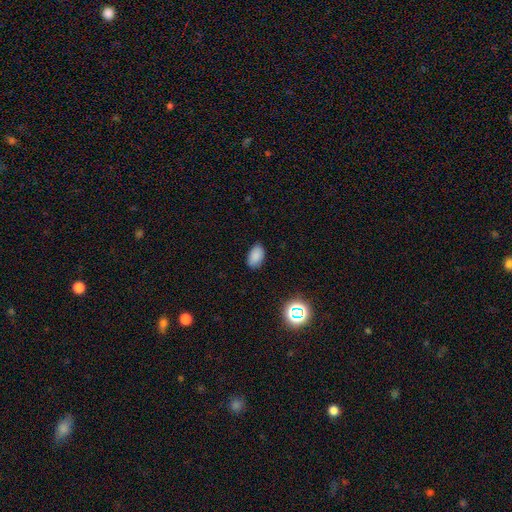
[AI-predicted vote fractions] Smooth or featured? smooth (84%)
How rounded? in between (91%)
Merging? none (85%)